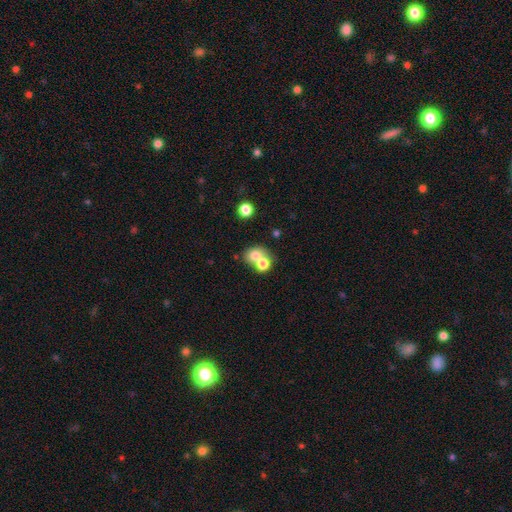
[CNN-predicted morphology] smooth 73%, featured or disk 14%, star or artifact 12%. Down the decision tree: how rounded — round (62%); merging — merger (50%).